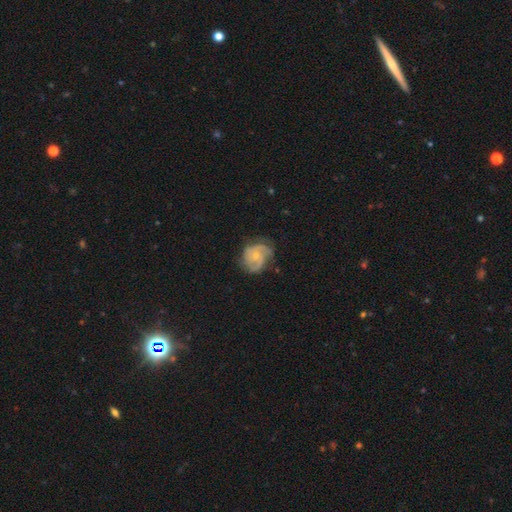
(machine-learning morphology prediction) A featured or disk galaxy (75%) with no bar (74%), 2 (39%) medium (44%) spiral arms (93%) and a small central bulge (65%). Merging: none (58%).